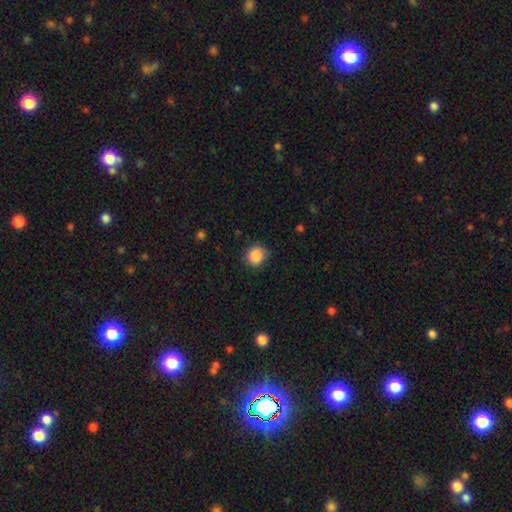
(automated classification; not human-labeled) A smooth galaxy with no disk features (88%) that is round (85%). Merging: none (85%).